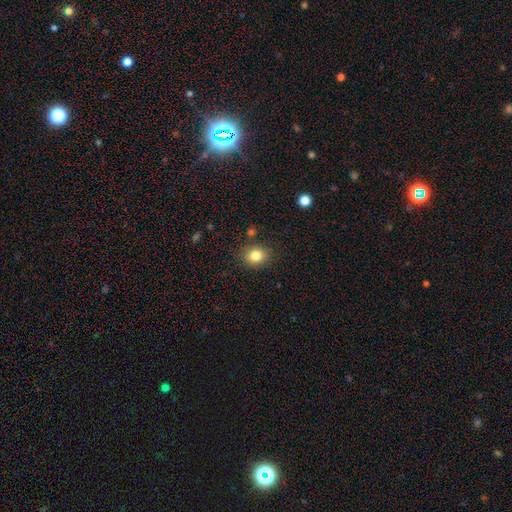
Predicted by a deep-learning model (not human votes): This appears to be a smooth galaxy with no disk features (82%) that is round (69%). Merging: none (85%).